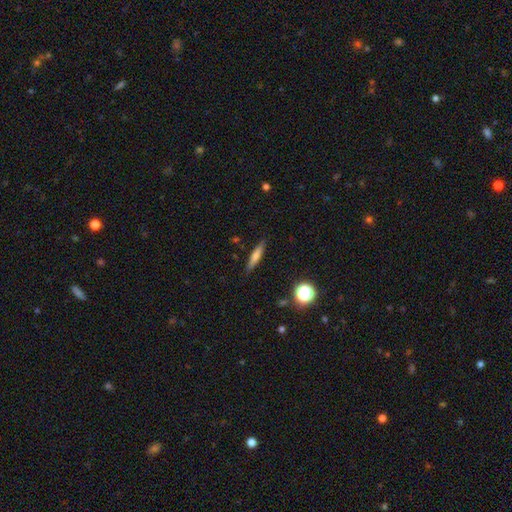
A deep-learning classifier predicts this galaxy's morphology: Q: Smooth or featured?
A: smooth (61%); runner-up: featured or disk (30%)
Q: How rounded?
A: cigar-shaped (87%); runner-up: in between (10%)
Q: Merging?
A: none (88%); runner-up: minor disturbance (8%)